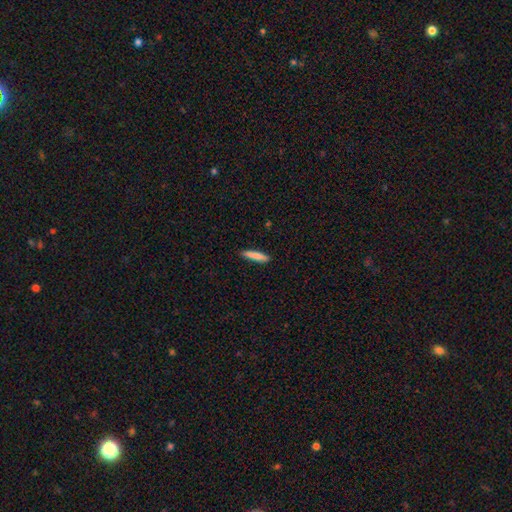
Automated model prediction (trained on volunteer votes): Smooth or featured? smooth (84%)
How rounded? cigar-shaped (88%)
Merging? none (88%)